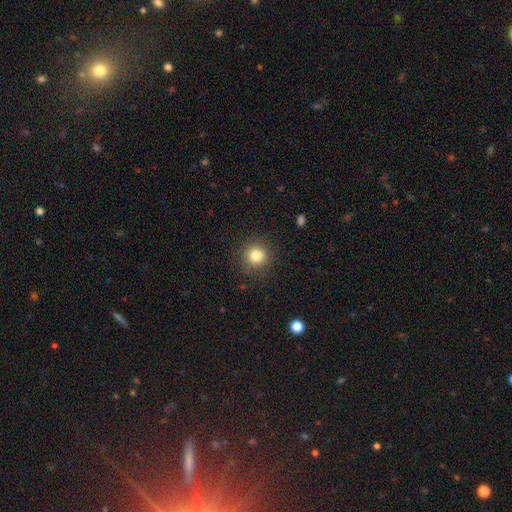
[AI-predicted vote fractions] A smooth galaxy with no disk features (82%) that is round (92%).

Vote fractions:
- Smooth or featured? smooth: 82% / star or artifact: 12% / featured or disk: 7%
- How rounded? round: 92% / in between: 7% / cigar-shaped: 1%
- Merging? none: 88% / minor disturbance: 8% / major disturbance: 3% / merger: 1%